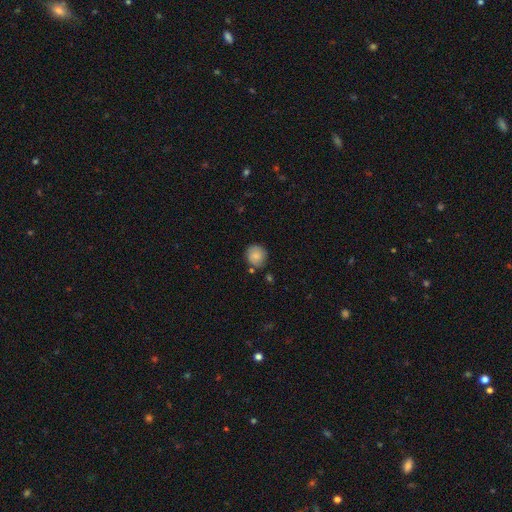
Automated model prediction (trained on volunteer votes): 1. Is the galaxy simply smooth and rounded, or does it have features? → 84% smooth, 8% star or artifact, 8% featured or disk.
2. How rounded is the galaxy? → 91% round, 8% in between, 1% cigar-shaped.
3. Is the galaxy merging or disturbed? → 81% none, 12% minor disturbance, 5% merger, 3% major disturbance.